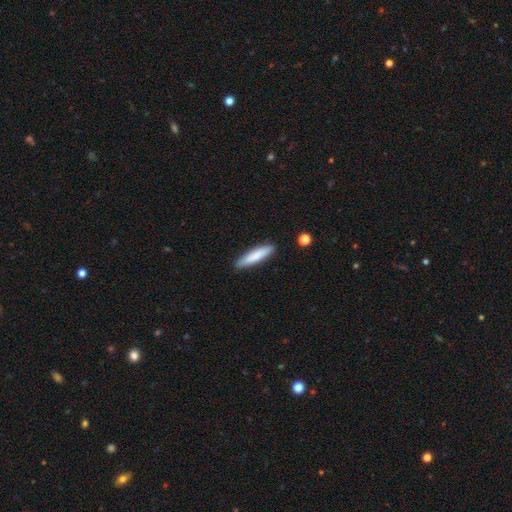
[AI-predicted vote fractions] Smooth or featured?
  - smooth: 81% *
  - featured or disk: 14%
  - star or artifact: 6%
How rounded?
  - cigar-shaped: 83% *
  - in between: 15%
  - round: 1%
Merging?
  - none: 89% *
  - minor disturbance: 8%
  - major disturbance: 2%
  - merger: 1%